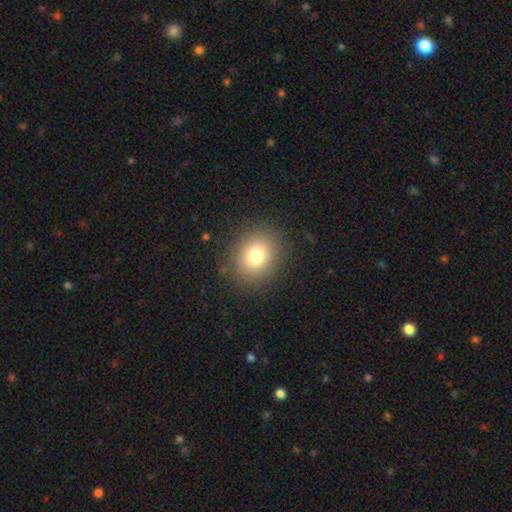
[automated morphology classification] Smooth or featured? Predicted: smooth (p=0.78). How rounded? Predicted: round (p=0.63). Merging? Predicted: none (p=0.86).